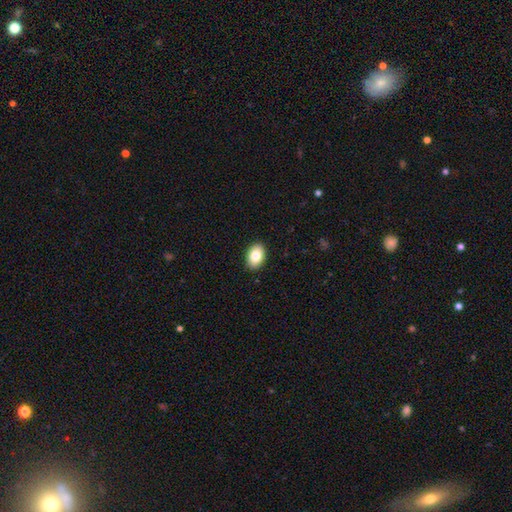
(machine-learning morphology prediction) A smooth galaxy with no disk features (82%) that is in between round and cigar-shaped (86%).

Vote fractions:
- Smooth or featured? smooth: 82% / featured or disk: 10% / star or artifact: 8%
- How rounded? in between: 86% / round: 12% / cigar-shaped: 1%
- Merging? none: 91% / minor disturbance: 7% / major disturbance: 2% / merger: 1%